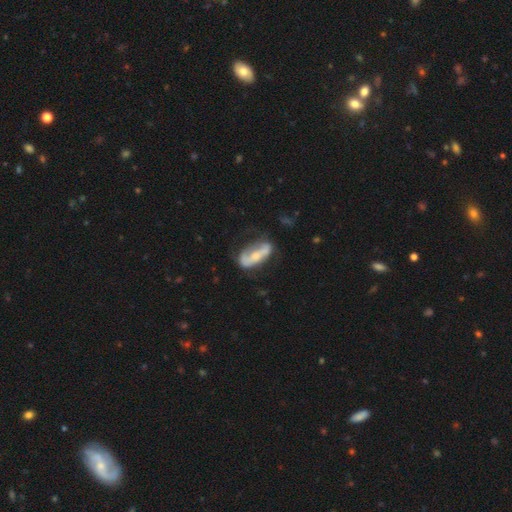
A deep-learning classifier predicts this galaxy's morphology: Smooth or featured?
  - featured or disk: 63% *
  - smooth: 32%
  - star or artifact: 6%
Edge-on disk?
  - no: 82% *
  - yes: 18%
Bar?
  - strong: 40% *
  - no: 38%
  - weak: 22%
Spiral arms?
  - yes: 62% *
  - no: 38%
Bulge size?
  - moderate: 47% *
  - small: 45%
  - large: 3%
  - none: 3%
  - dominant: 1%
Merging?
  - none: 54% *
  - minor disturbance: 27%
  - major disturbance: 15%
  - merger: 4%